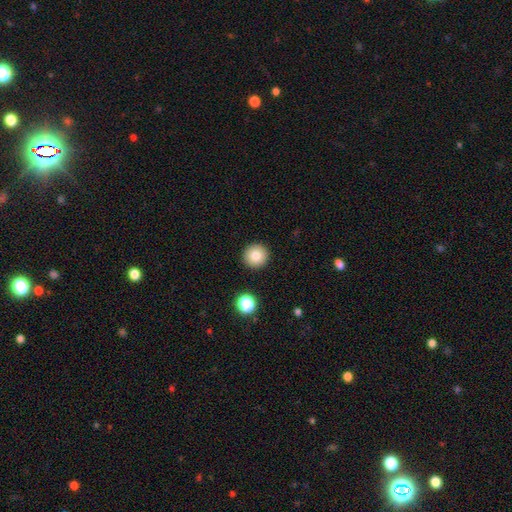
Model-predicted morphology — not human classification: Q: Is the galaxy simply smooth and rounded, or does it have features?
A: smooth — 82%.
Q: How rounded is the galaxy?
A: round — 96%.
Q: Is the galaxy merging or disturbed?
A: none — 92%.